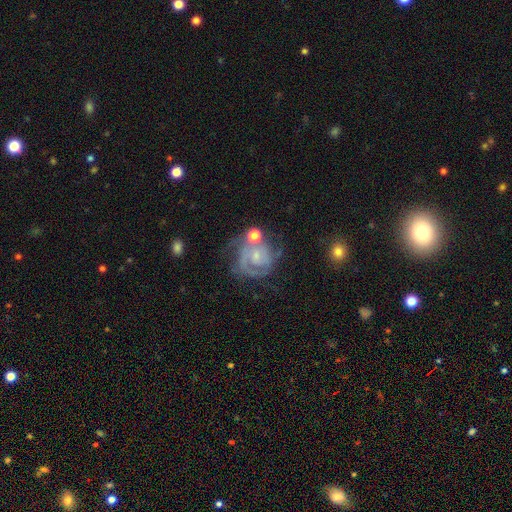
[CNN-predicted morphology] A featured or disk galaxy (78%) with no bar (61%), 2 (37%) tight (58%) spiral arms (89%) and a small central bulge (65%). Merging: none (46%).